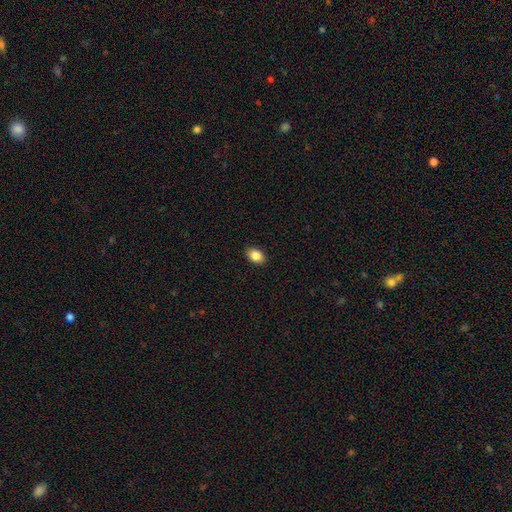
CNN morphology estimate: A smooth galaxy with no disk features (86%) that is in between round and cigar-shaped (81%). Merging: none (90%).